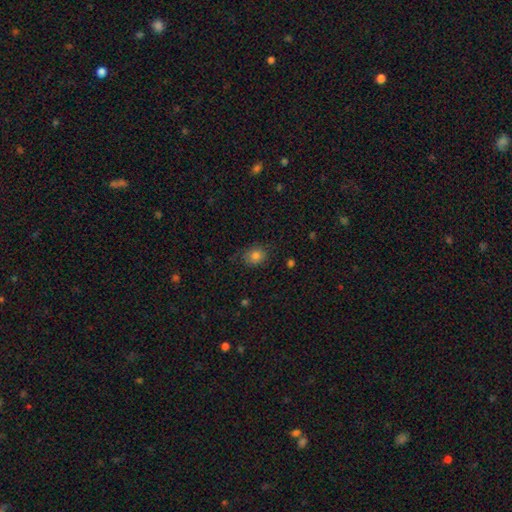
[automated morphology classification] Smooth or featured?
  - smooth: 81% *
  - star or artifact: 12%
  - featured or disk: 6%
How rounded?
  - round: 63% *
  - in between: 36%
  - cigar-shaped: 1%
Merging?
  - none: 78% *
  - minor disturbance: 17%
  - major disturbance: 4%
  - merger: 1%